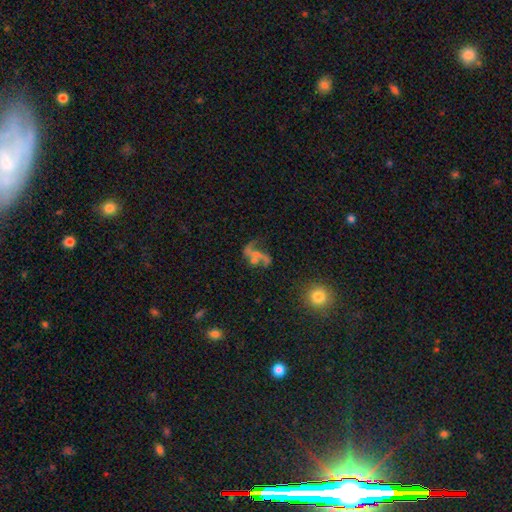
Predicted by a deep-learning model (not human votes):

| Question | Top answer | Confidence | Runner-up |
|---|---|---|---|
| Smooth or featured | featured or disk | 67% | smooth (18%) |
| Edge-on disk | no | 97% | yes (3%) |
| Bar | no | 65% | weak (24%) |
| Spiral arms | yes | 68% | no (32%) |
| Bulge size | none | 50% | small (32%) |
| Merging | none | 32% | major disturbance (31%) |